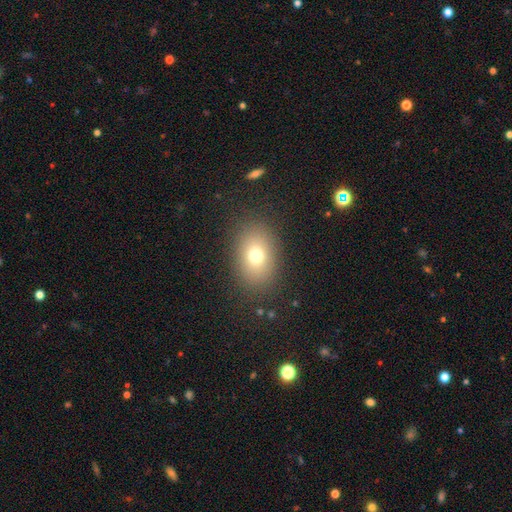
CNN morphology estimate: smooth-or-featured: smooth: 74% | star or artifact: 13% | featured or disk: 13%
  how-rounded: in between: 74% | round: 25% | cigar-shaped: 1%
  merging: none: 86% | minor disturbance: 9% | major disturbance: 4% | merger: 1%